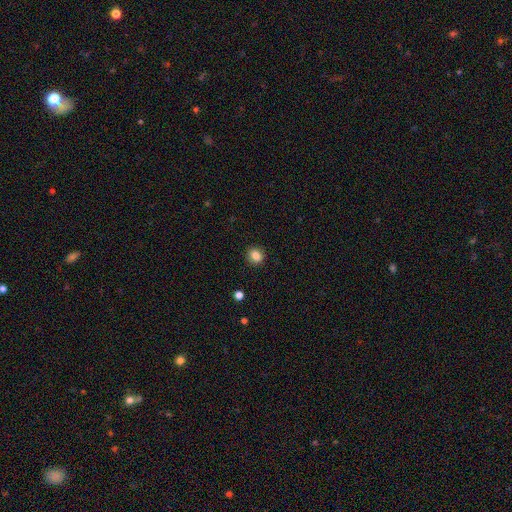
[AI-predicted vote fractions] This appears to be a smooth galaxy with no disk features (85%) that is round (76%). Merging: none (91%).